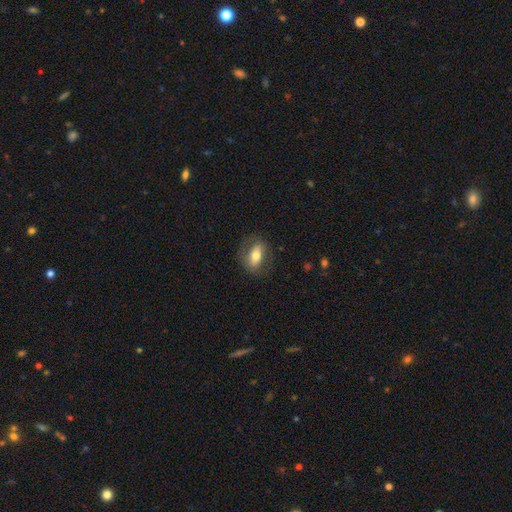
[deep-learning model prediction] The model was most divided on "smooth or featured": smooth: 60%, featured or disk: 32%, star or artifact: 7%. More confident: how rounded — in between (81%); merging — none (77%).